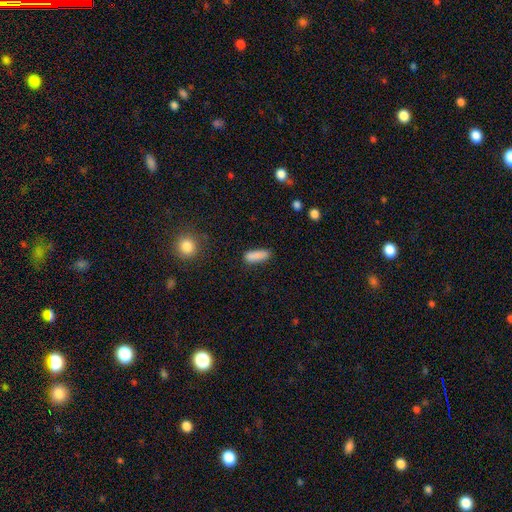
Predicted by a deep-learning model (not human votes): A smooth galaxy with no disk features (87%) that is cigar-shaped (52%).

Vote fractions:
- Smooth or featured? smooth: 87% / star or artifact: 8% / featured or disk: 6%
- How rounded? cigar-shaped: 52% / in between: 45% / round: 2%
- Merging? none: 81% / minor disturbance: 13% / major disturbance: 3% / merger: 3%